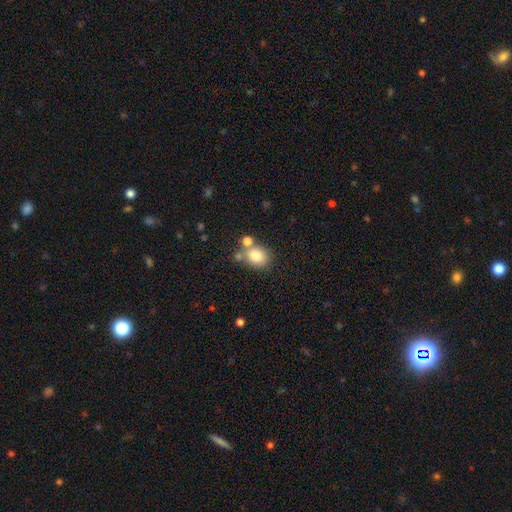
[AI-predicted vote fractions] Smooth or featured? Predicted: smooth (p=0.79). How rounded? Predicted: round (p=0.51). Merging? Predicted: none (p=0.59).